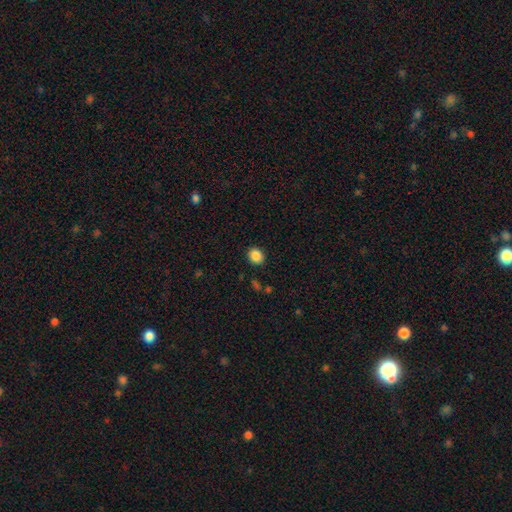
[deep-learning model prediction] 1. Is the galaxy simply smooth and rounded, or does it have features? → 87% smooth, 9% star or artifact, 4% featured or disk.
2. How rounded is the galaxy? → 66% round, 33% in between, 1% cigar-shaped.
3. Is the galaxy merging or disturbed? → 89% none, 7% minor disturbance, 2% major disturbance, 2% merger.